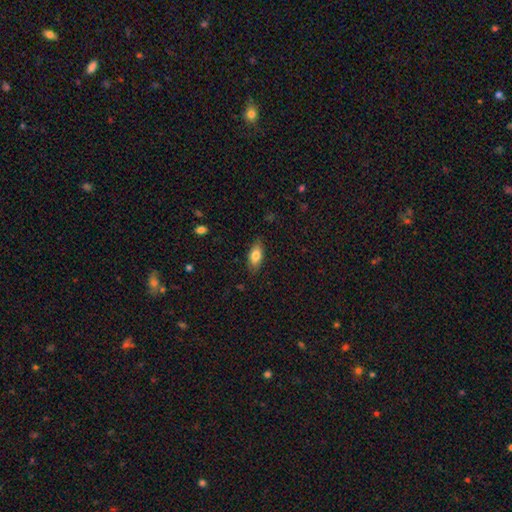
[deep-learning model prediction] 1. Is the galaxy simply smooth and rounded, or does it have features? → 80% smooth, 13% featured or disk, 7% star or artifact.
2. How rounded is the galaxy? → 86% in between, 11% cigar-shaped, 3% round.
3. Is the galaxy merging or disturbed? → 82% none, 14% minor disturbance, 3% major disturbance, 1% merger.